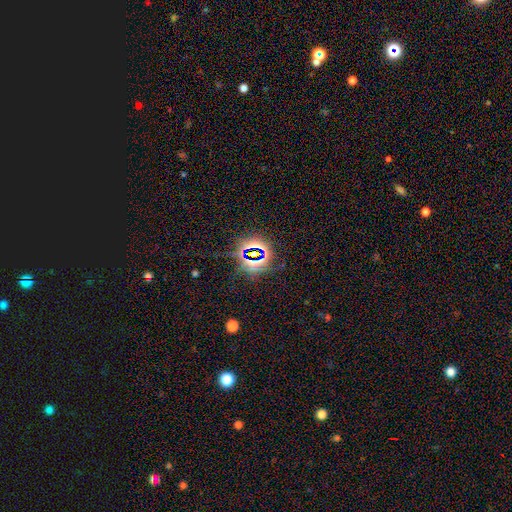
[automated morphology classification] Q: Smooth or featured?
A: star or artifact (77%); runner-up: smooth (14%)